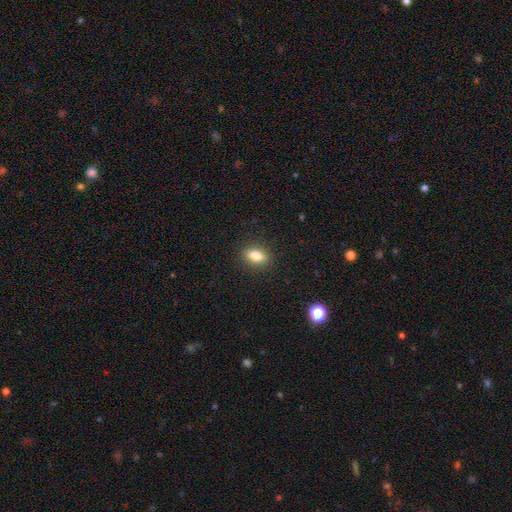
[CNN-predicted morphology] This appears to be a smooth galaxy with no disk features (83%) that is in between round and cigar-shaped (82%). Merging: none (89%).